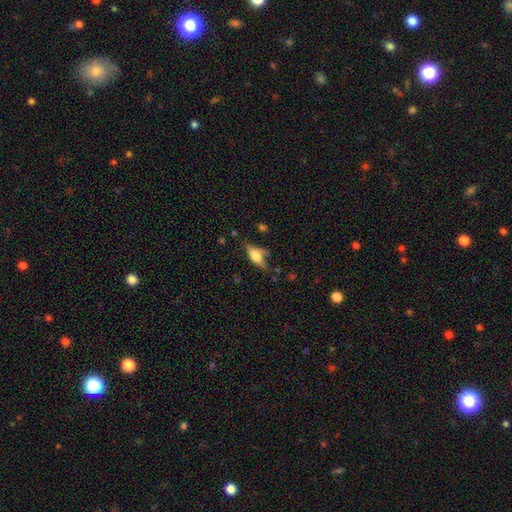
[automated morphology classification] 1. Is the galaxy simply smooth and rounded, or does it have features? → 55% smooth, 36% featured or disk, 10% star or artifact.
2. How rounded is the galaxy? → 63% in between, 32% cigar-shaped, 5% round.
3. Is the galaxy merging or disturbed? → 47% none, 27% minor disturbance, 17% major disturbance, 10% merger.